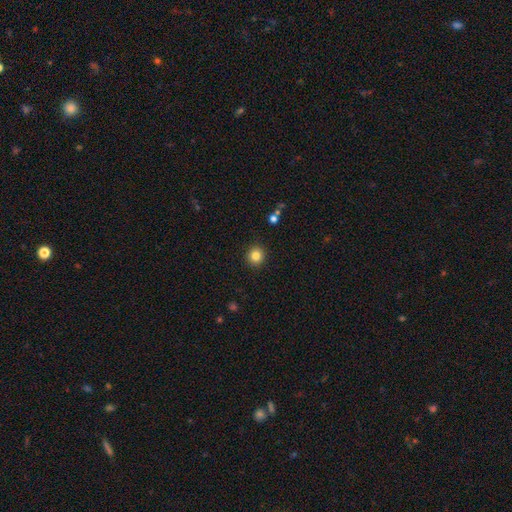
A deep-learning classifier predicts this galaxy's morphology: Q: Smooth or featured?
A: smooth (83%); runner-up: star or artifact (11%)
Q: How rounded?
A: round (90%); runner-up: in between (9%)
Q: Merging?
A: none (91%); runner-up: minor disturbance (6%)